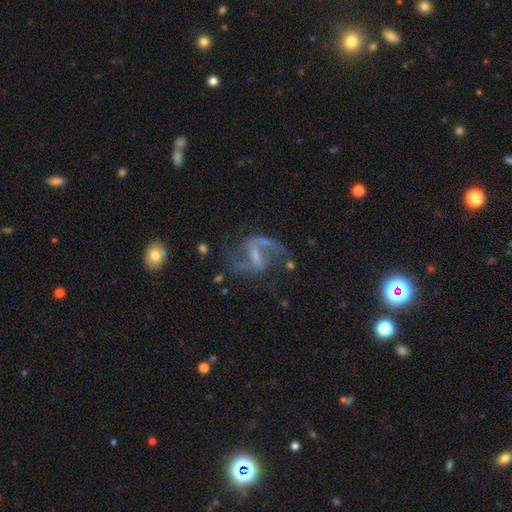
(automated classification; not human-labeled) Smooth or featured? Predicted: featured or disk (p=0.86). Edge-on disk? Predicted: no (p=0.97). Bar? Predicted: weak (p=0.47). Spiral arms? Predicted: yes (p=0.94). Spiral winding? Predicted: loose (p=0.46). Spiral arm count? Predicted: 2 (p=0.84). Bulge size? Predicted: small (p=0.43). Merging? Predicted: none (p=0.60).